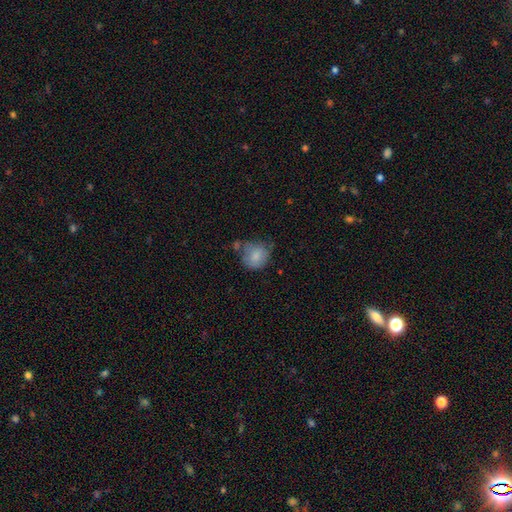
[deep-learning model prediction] smooth 82%, featured or disk 10%, star or artifact 8%. Down the decision tree: how rounded — round (81%); merging — none (52%).